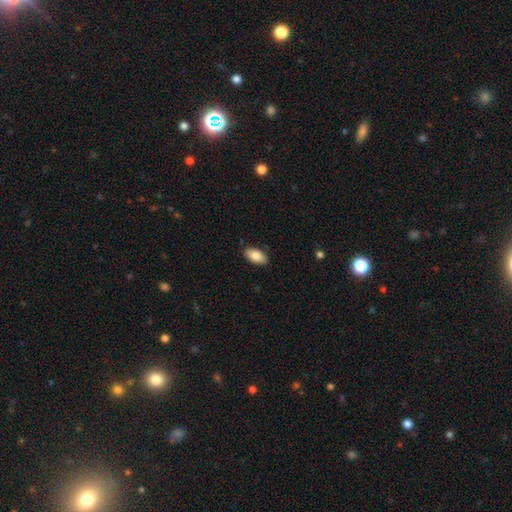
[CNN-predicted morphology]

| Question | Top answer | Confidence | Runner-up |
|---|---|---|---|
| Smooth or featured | smooth | 83% | featured or disk (10%) |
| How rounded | in between | 93% | cigar-shaped (4%) |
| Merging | none | 88% | minor disturbance (9%) |